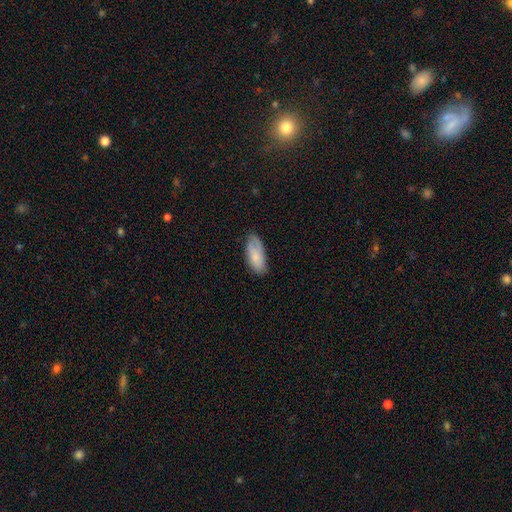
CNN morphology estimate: This is likely a smooth galaxy (79%). How rounded: clearly in between (88%). Merging: likely none (68%).